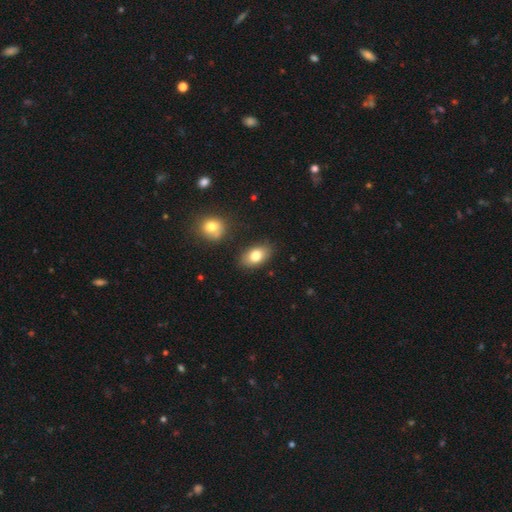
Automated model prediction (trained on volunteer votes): Overall: smooth (80%). How rounded: in between (89%). Merging: none (84%).